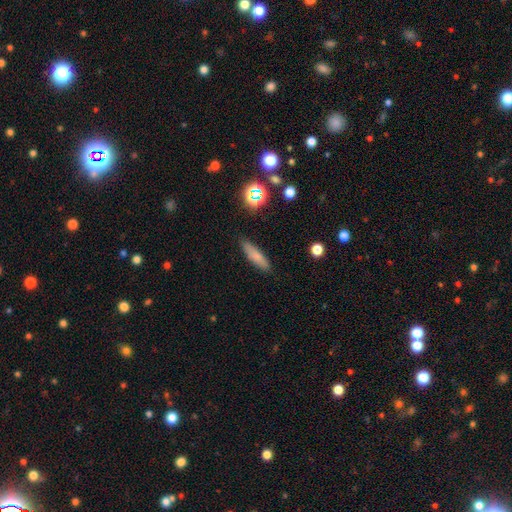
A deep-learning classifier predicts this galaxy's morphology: smooth 76%, featured or disk 14%, star or artifact 10%. Down the decision tree: how rounded — cigar-shaped (70%); merging — none (86%).